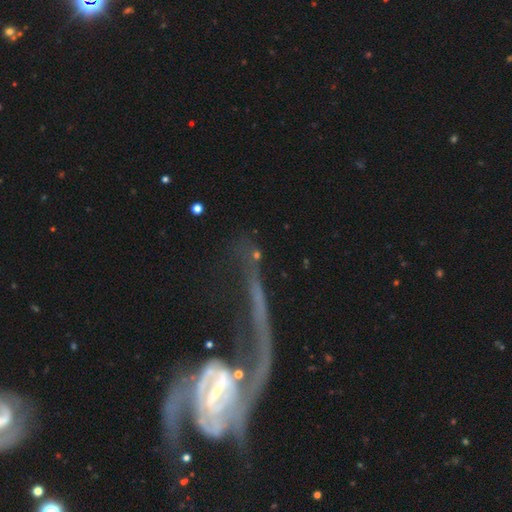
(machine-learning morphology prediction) Q: Smooth or featured?
A: featured or disk (41%); runner-up: star or artifact (30%)
Q: Merging?
A: none (58%); runner-up: major disturbance (17%)